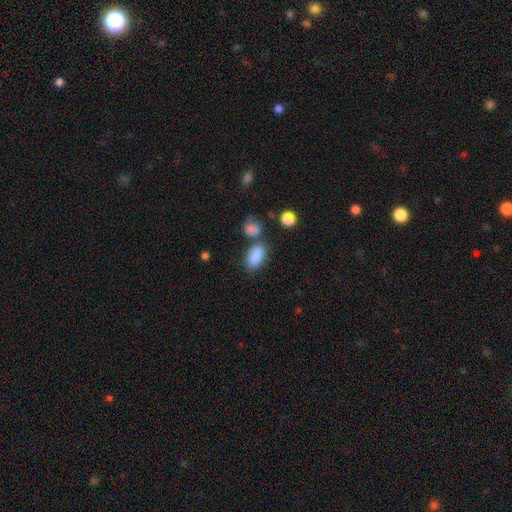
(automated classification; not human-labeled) Overall: smooth (87%). How rounded: in between (90%). Merging: none (62%).